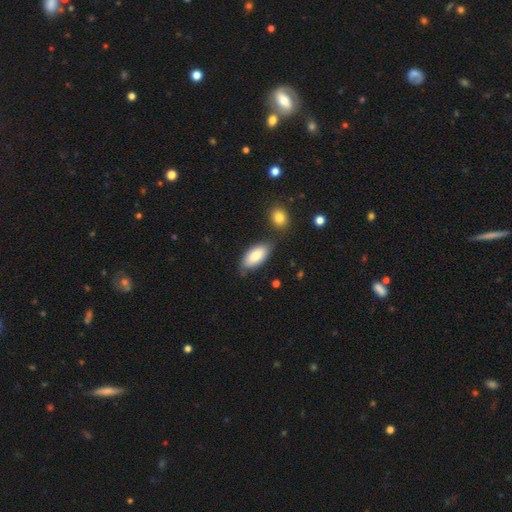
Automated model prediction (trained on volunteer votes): smooth-or-featured: smooth: 84% | featured or disk: 10% | star or artifact: 6%
  how-rounded: in between: 90% | cigar-shaped: 8% | round: 2%
  merging: none: 70% | minor disturbance: 17% | merger: 9% | major disturbance: 4%